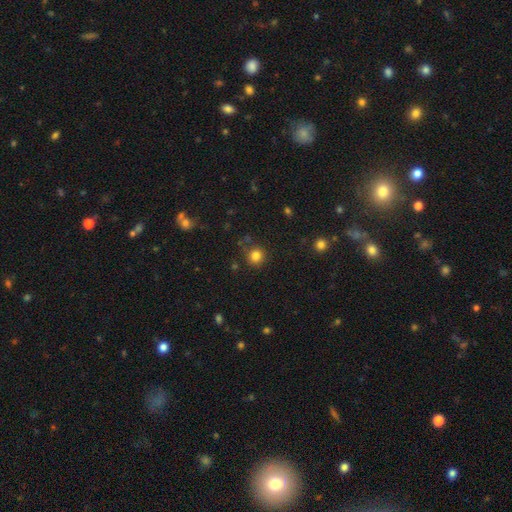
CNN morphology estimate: Smooth or featured? Predicted: smooth (p=0.82). How rounded? Predicted: round (p=0.93). Merging? Predicted: none (p=0.84).